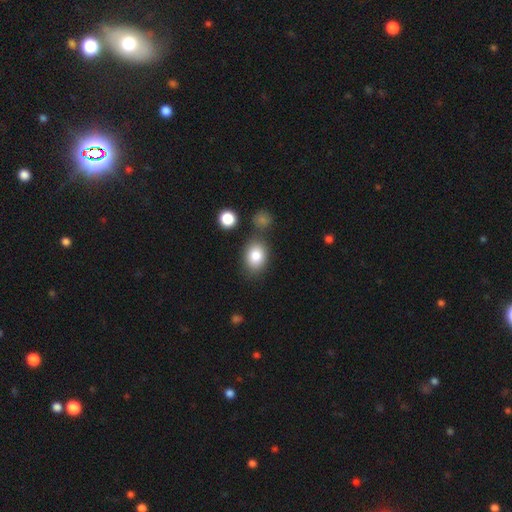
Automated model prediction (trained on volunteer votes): smooth_or_featured: smooth (p=0.83) [alt: star or artifact p=0.09]
how_rounded: in between (p=0.68) [alt: round p=0.31]
merging: none (p=0.73) [alt: minor disturbance p=0.13]